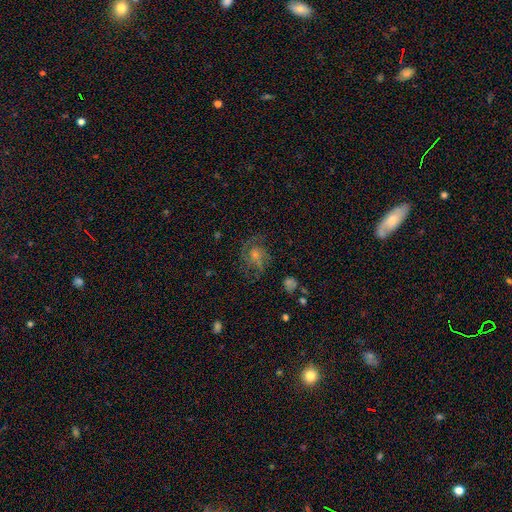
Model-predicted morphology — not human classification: featured or disk 62%, smooth 25%, star or artifact 13%. Down the decision tree: edge-on disk — no (98%); bar — no (71%); spiral arms — yes (85%); spiral arm count — 2 (40%); spiral winding — medium (49%); bulge size — small (46%); merging — none (57%).